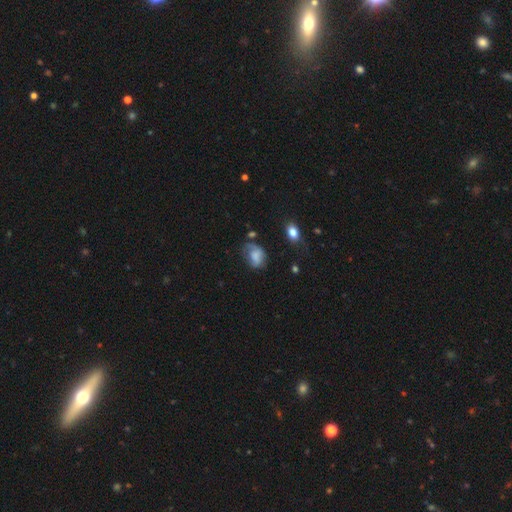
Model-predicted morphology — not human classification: type=smooth (67%); roundness=in between (69%); merging=none (39%).